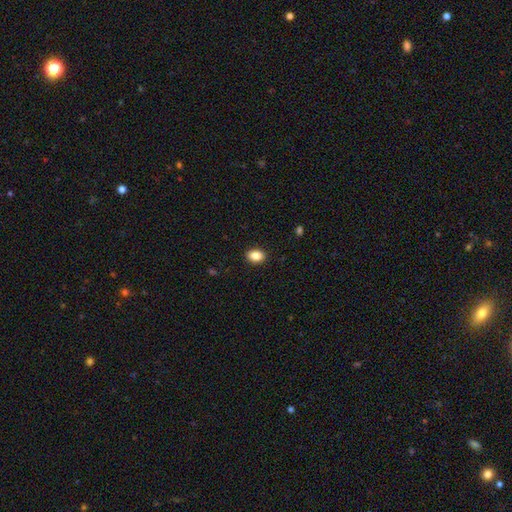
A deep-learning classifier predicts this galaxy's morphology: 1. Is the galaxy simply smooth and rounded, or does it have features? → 86% smooth, 9% star or artifact, 5% featured or disk.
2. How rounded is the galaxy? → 77% in between, 22% round, 1% cigar-shaped.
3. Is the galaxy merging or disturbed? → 90% none, 7% minor disturbance, 2% major disturbance, 1% merger.